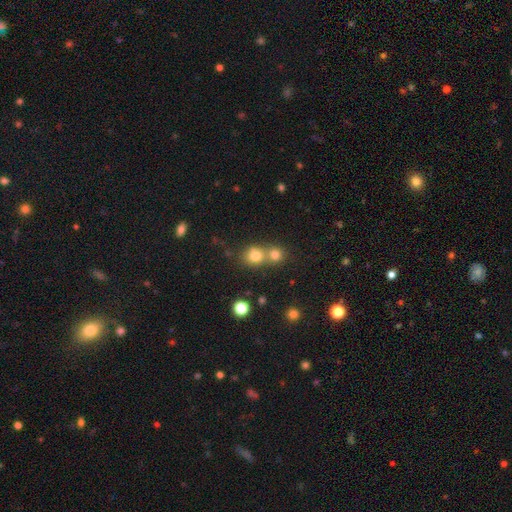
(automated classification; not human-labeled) Smooth or featured? Predicted: smooth (p=0.77). How rounded? Predicted: round (p=0.80). Merging? Predicted: merger (p=0.50).